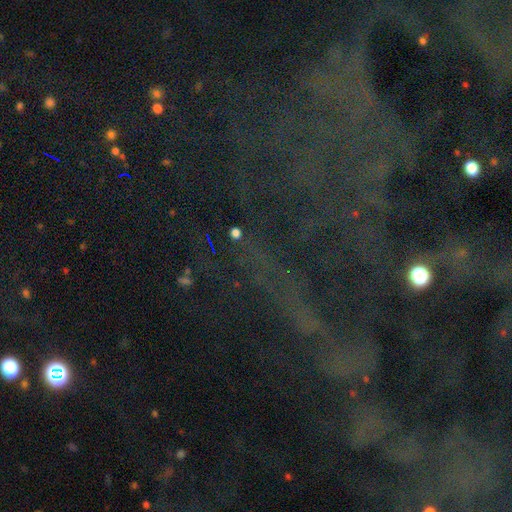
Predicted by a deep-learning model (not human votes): A star or artifact, not a galaxy (77%).

Vote fractions:
- Smooth or featured? star or artifact: 77% / featured or disk: 13% / smooth: 11%